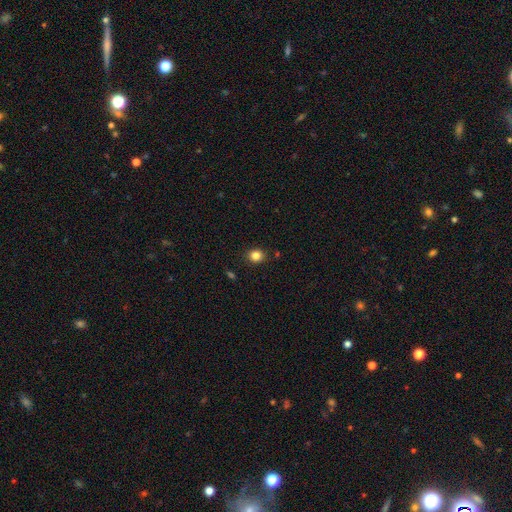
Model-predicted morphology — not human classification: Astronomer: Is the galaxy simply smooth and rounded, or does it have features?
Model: smooth — 83%.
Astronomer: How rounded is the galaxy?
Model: round — 71%.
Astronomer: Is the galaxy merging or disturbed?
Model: none — 88%.